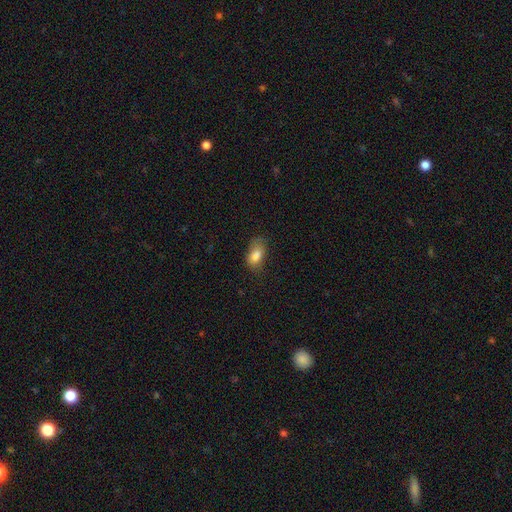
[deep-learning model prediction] smooth 82%, featured or disk 9%, star or artifact 9%. Down the decision tree: how rounded — in between (89%); merging — none (52%).